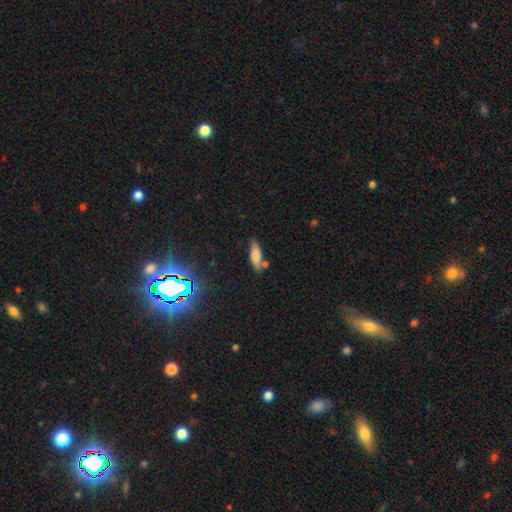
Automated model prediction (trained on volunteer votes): Smooth or featured: smooth — 70% (featured or disk — 19%)
How rounded: in between — 59% (cigar-shaped — 39%)
Merging: none — 68% (minor disturbance — 17%)